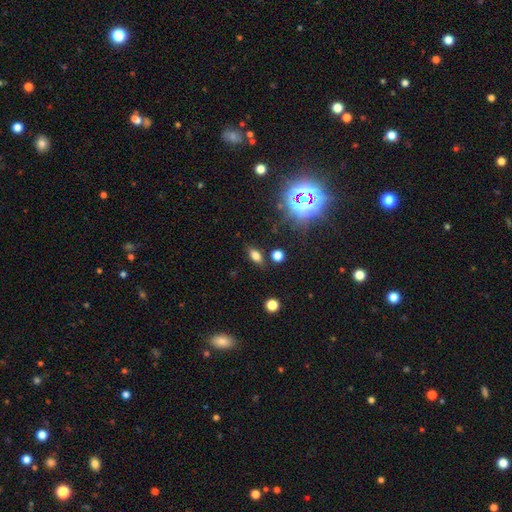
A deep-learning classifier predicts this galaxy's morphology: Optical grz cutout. It shows a smooth galaxy with no disk features (70%) that is in between round and cigar-shaped (82%). Merging: none (82%).